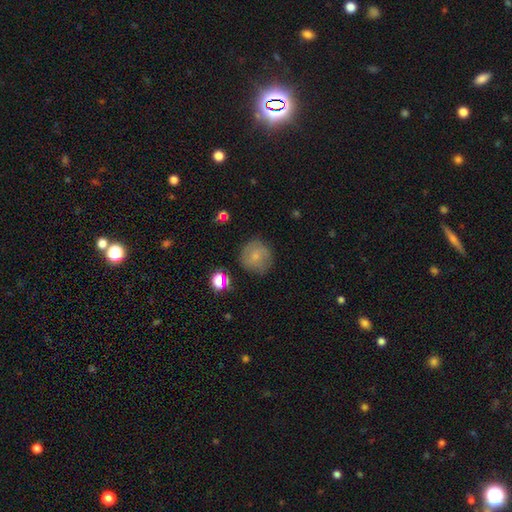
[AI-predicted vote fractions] This is likely a smooth galaxy (68%). How rounded: clearly round (91%). Merging: likely none (76%).